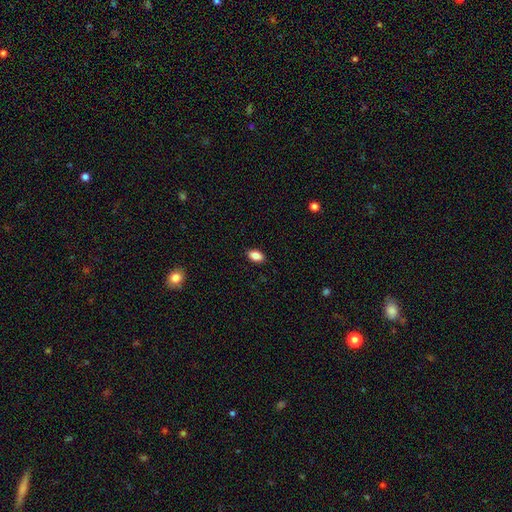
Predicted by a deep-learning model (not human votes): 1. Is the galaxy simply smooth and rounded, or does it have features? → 86% smooth, 8% star or artifact, 5% featured or disk.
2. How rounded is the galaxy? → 90% in between, 8% round, 3% cigar-shaped.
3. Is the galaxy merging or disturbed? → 89% none, 8% minor disturbance, 2% major disturbance, 1% merger.